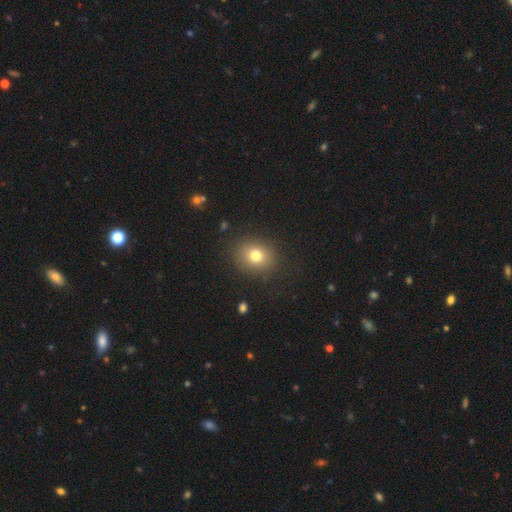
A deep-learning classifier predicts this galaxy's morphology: type=smooth (77%); roundness=round (66%); merging=none (86%).